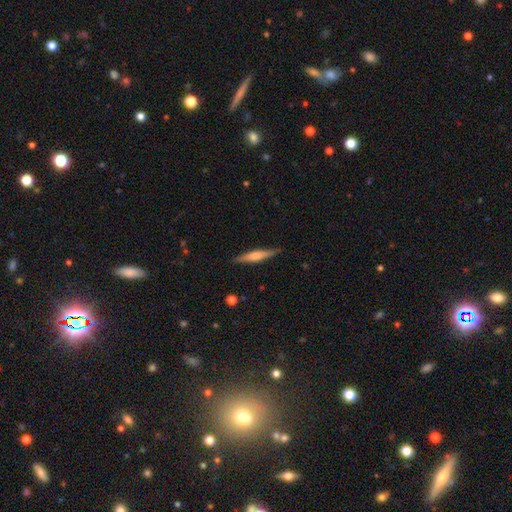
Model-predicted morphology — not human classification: This appears to be a featured or disk galaxy (48%). Merging: none (88%).